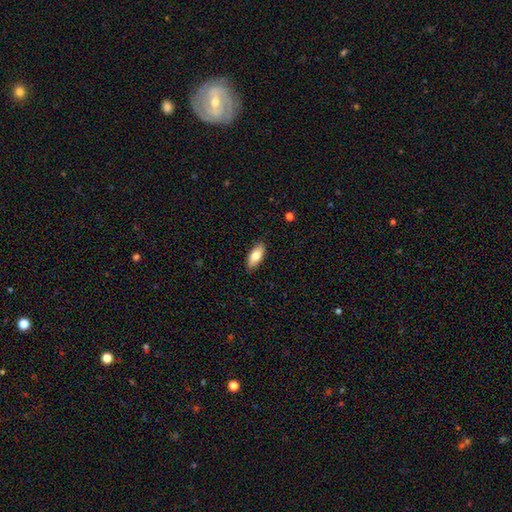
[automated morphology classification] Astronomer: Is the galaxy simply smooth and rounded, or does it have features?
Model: smooth — 75%.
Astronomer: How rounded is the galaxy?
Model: in between — 80%.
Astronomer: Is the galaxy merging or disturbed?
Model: none — 87%.